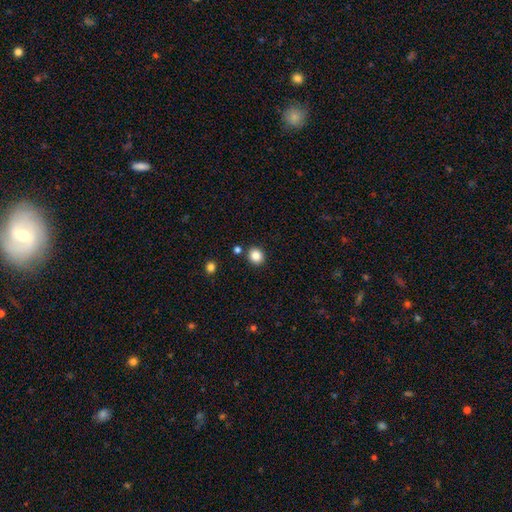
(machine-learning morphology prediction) smooth 85%, star or artifact 10%, featured or disk 5%. Down the decision tree: how rounded — round (81%); merging — none (88%).